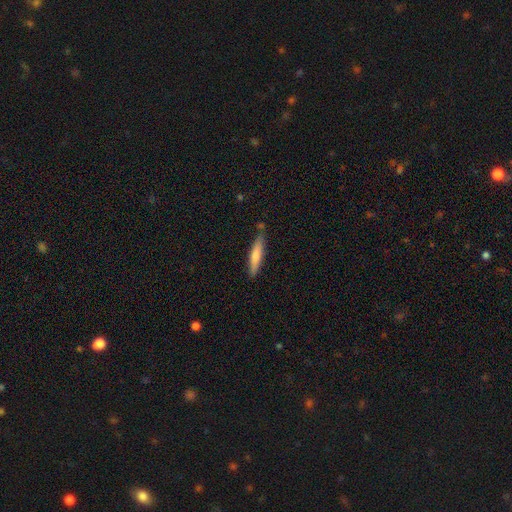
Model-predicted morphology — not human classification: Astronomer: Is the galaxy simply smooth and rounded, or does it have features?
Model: smooth — 69%.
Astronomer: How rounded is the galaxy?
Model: cigar-shaped — 86%.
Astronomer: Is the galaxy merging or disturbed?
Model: none — 79%.